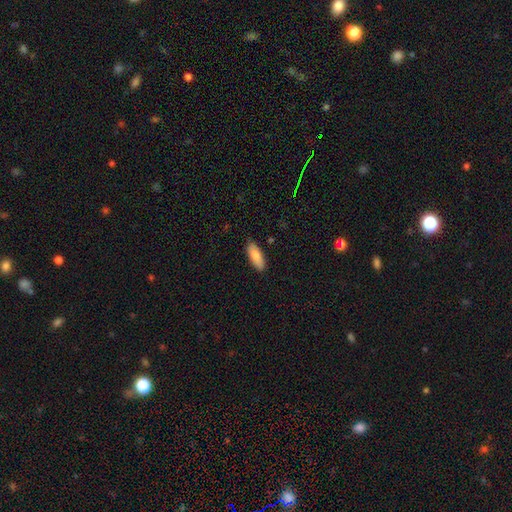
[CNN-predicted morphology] The model was most divided on "how rounded": in between: 68%, cigar-shaped: 31%, round: 2%. More confident: smooth or featured — smooth (87%); merging — none (86%).